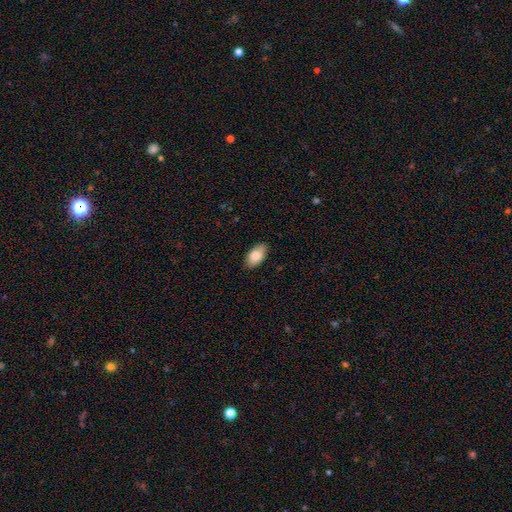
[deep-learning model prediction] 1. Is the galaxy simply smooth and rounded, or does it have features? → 85% smooth, 9% featured or disk, 6% star or artifact.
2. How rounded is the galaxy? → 94% in between, 3% round, 3% cigar-shaped.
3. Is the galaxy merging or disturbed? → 86% none, 11% minor disturbance, 2% major disturbance, 1% merger.